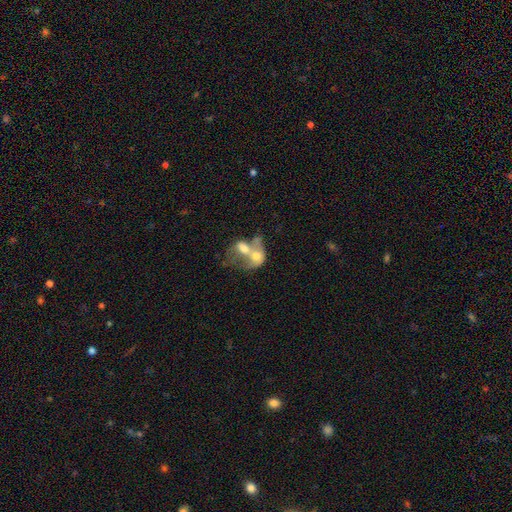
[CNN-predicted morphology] type=smooth (50%); merging=merger (79%).